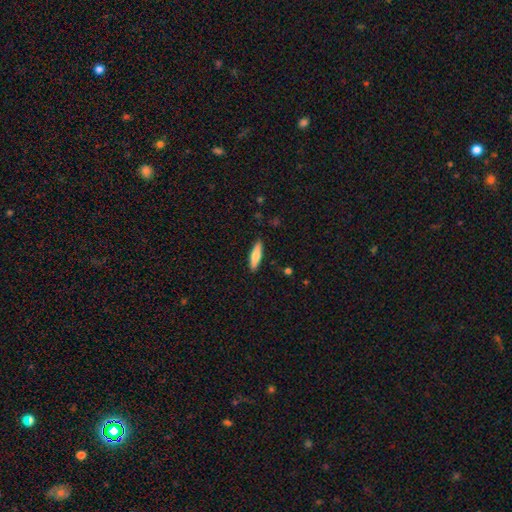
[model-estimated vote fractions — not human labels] A smooth galaxy with no disk features (73%) that is cigar-shaped (69%). Merging: none (89%).